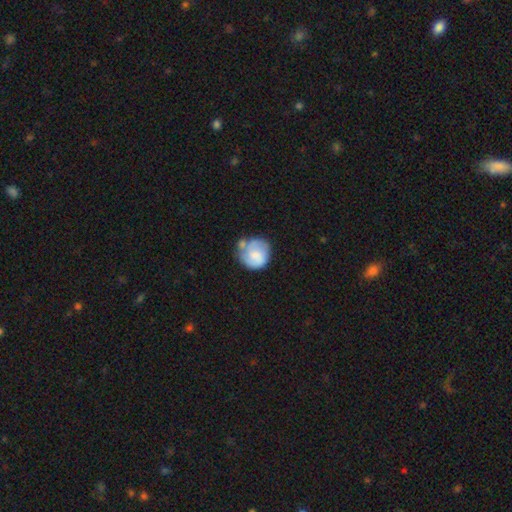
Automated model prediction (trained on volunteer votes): Morphology: type=smooth (57%); roundness=round (85%); merging=none (44%).